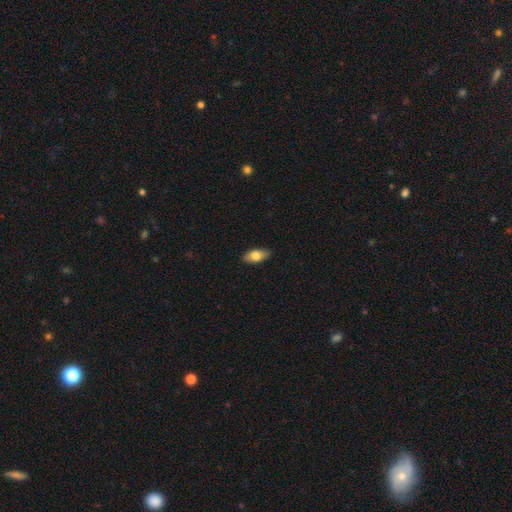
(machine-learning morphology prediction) Smooth or featured? smooth (78%)
How rounded? in between (90%)
Merging? none (89%)